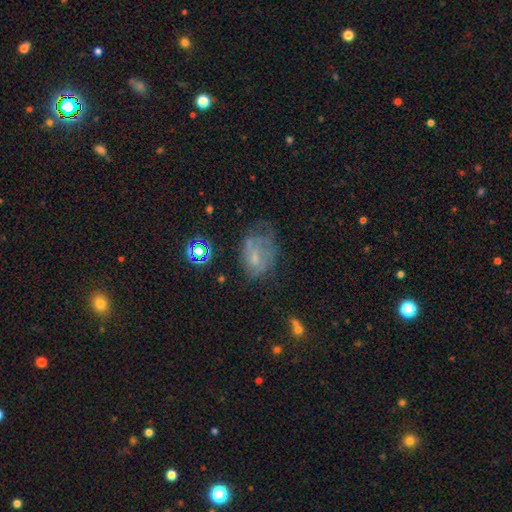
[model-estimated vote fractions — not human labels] Q: Smooth or featured?
A: smooth (40%); runner-up: featured or disk (39%)
Q: Merging?
A: none (34%); tied with: major disturbance (34%)